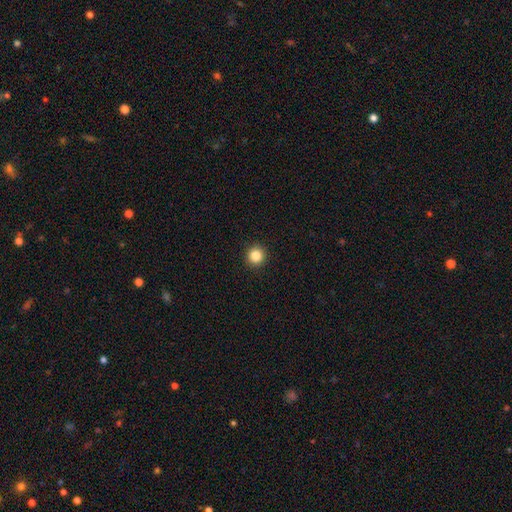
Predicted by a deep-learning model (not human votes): smooth-or-featured: smooth: 85% | star or artifact: 11% | featured or disk: 4%
  how-rounded: round: 94% | in between: 5% | cigar-shaped: 1%
  merging: none: 93% | minor disturbance: 4% | major disturbance: 1% | merger: 1%